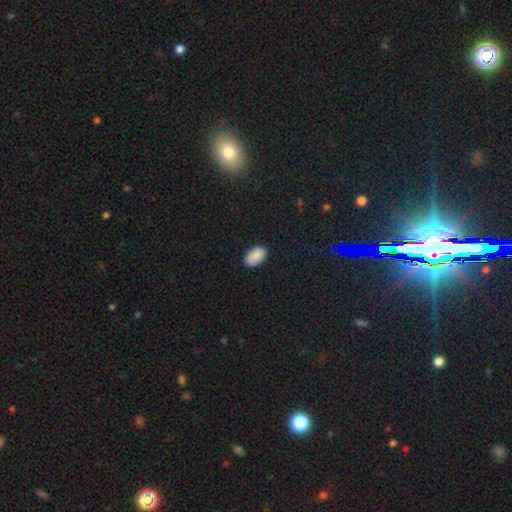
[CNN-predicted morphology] smooth-or-featured: smooth: 89% | star or artifact: 7% | featured or disk: 3%
  how-rounded: in between: 93% | round: 6% | cigar-shaped: 1%
  merging: none: 87% | minor disturbance: 10% | major disturbance: 2% | merger: 1%